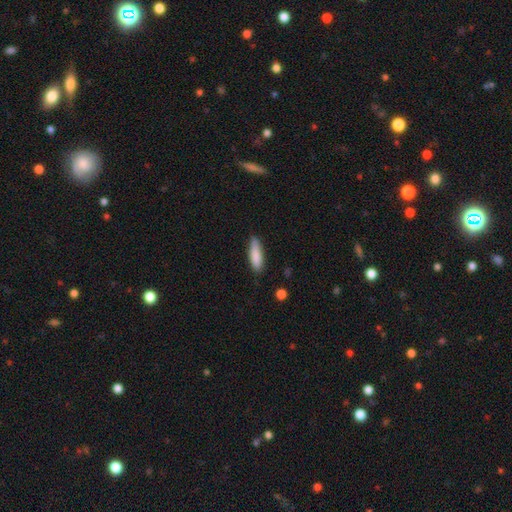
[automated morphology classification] type=smooth (85%); roundness=cigar-shaped (61%); merging=none (76%).